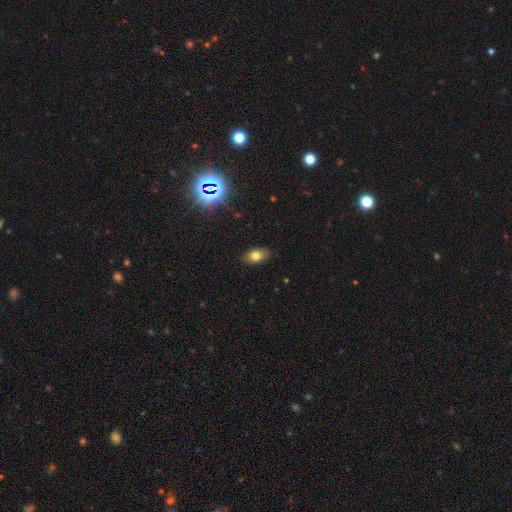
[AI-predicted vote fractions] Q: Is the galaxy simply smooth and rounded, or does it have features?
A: smooth — 74%.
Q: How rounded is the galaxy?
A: in between — 86%.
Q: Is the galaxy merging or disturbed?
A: none — 86%.